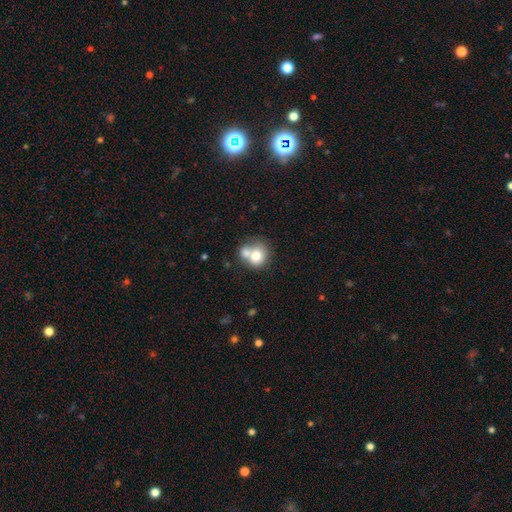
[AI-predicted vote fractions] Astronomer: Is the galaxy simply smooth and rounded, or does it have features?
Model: smooth — 72%.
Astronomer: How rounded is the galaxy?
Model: round — 76%.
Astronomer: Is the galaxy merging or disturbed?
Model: merger — 56% (runner-up: none, 32%).